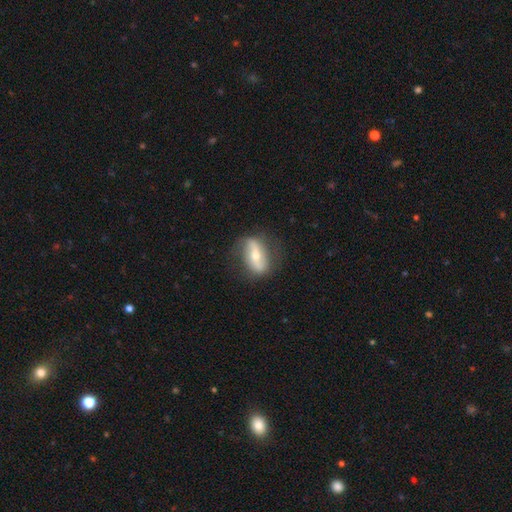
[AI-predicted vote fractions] Smooth or featured? featured or disk (67%)
Edge-on disk? no (85%)
Bar? strong (49%)
Spiral arms? yes (78%)
Bulge size? moderate (57%)
Merging? none (76%)